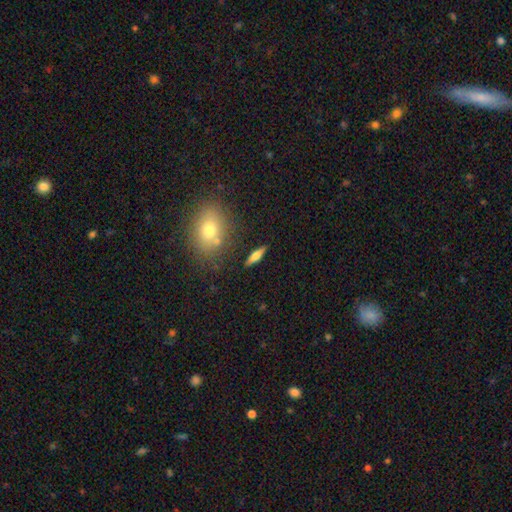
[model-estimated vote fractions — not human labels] Smooth or featured? smooth (46%, tied with featured or disk)
Merging? none (85%)